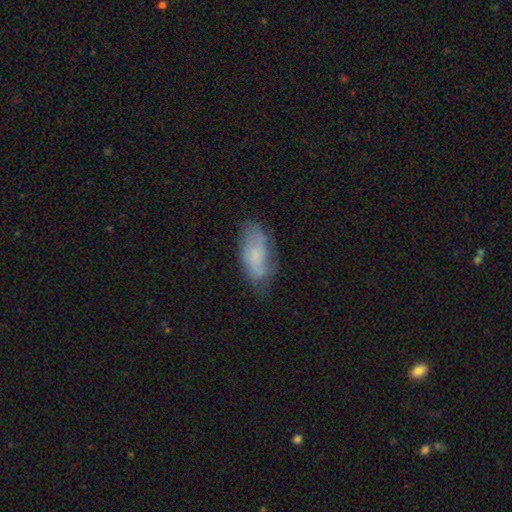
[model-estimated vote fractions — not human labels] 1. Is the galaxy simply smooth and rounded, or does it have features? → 47% smooth, 45% featured or disk, 8% star or artifact.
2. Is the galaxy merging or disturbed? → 60% none, 28% minor disturbance, 11% major disturbance, 2% merger.